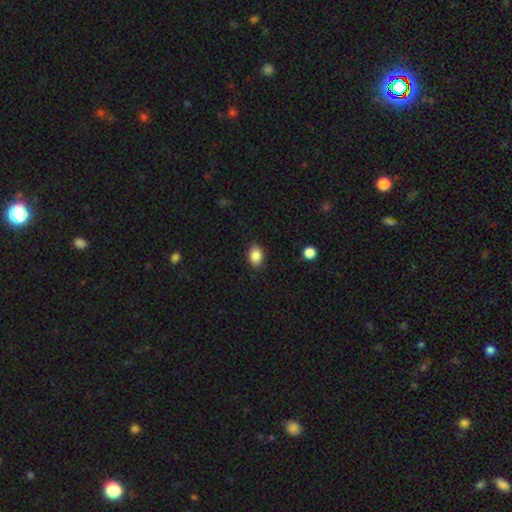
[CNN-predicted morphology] smooth 86%, star or artifact 8%, featured or disk 6%. Down the decision tree: how rounded — in between (79%); merging — none (85%).